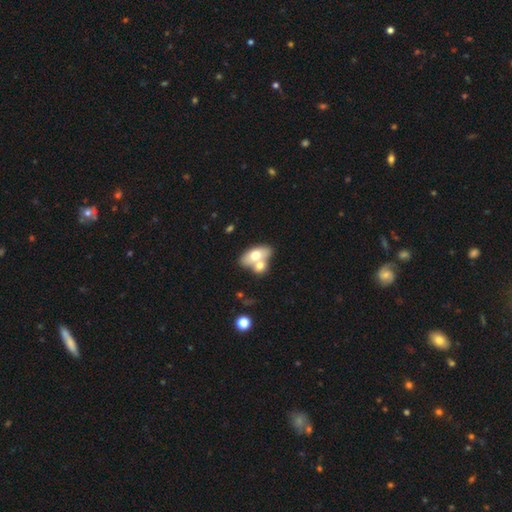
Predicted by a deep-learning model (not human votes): A smooth galaxy with no disk features (61%) that is in between round and cigar-shaped (86%).

Vote fractions:
- Smooth or featured? smooth: 61% / featured or disk: 32% / star or artifact: 7%
- How rounded? in between: 86% / round: 11% / cigar-shaped: 4%
- Merging? merger: 55% / none: 32% / minor disturbance: 9% / major disturbance: 4%